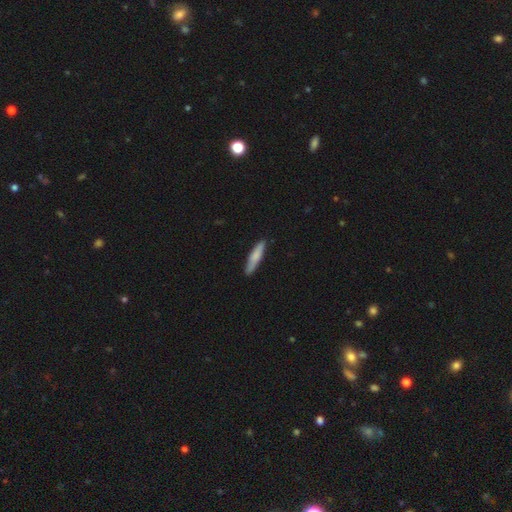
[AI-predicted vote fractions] The model was most divided on "smooth or featured": smooth: 75%, featured or disk: 19%, star or artifact: 5%. More confident: merging — none (86%); how rounded — cigar-shaped (85%).